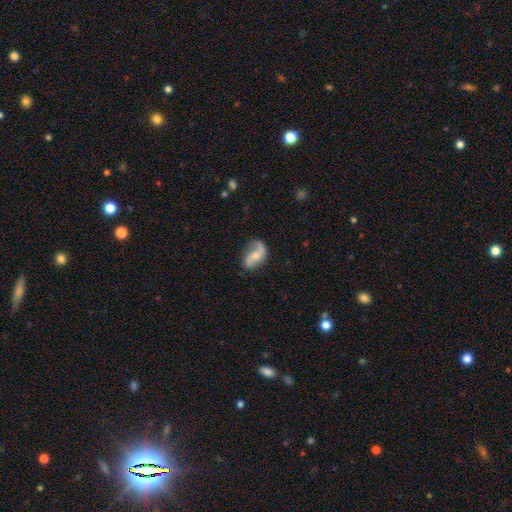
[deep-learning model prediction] This is likely a featured or disk galaxy (71%). It is clearly not viewed edge-on (96%). Bar: possibly no (58%). Spiral arm pattern: clearly yes (91%). Spiral arm count: clearly 2 (86%). Spiral winding: likely loose (69%). Central bulge: possibly moderate (54%). Merging: likely none (64%).